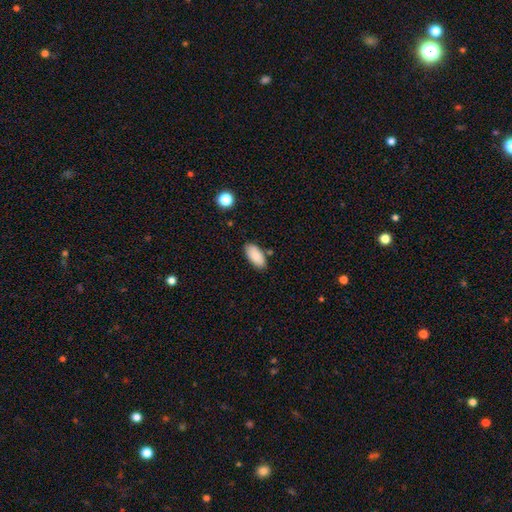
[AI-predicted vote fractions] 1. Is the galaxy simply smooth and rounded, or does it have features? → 87% smooth, 7% star or artifact, 6% featured or disk.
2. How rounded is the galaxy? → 91% in between, 6% cigar-shaped, 2% round.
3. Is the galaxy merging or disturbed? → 80% none, 13% minor disturbance, 4% merger, 3% major disturbance.